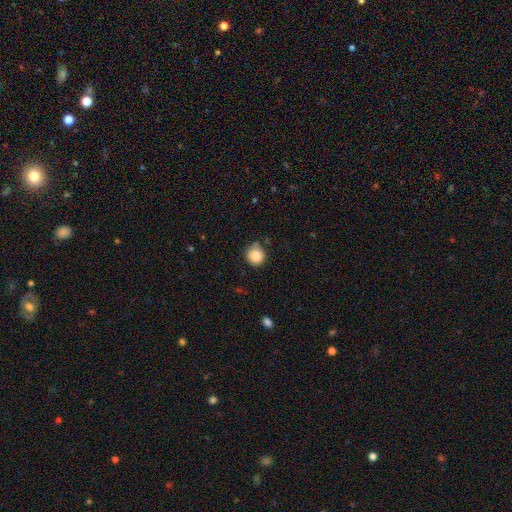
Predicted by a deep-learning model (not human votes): Smooth or featured? Predicted: smooth (p=0.86). How rounded? Predicted: round (p=0.92). Merging? Predicted: none (p=0.76).